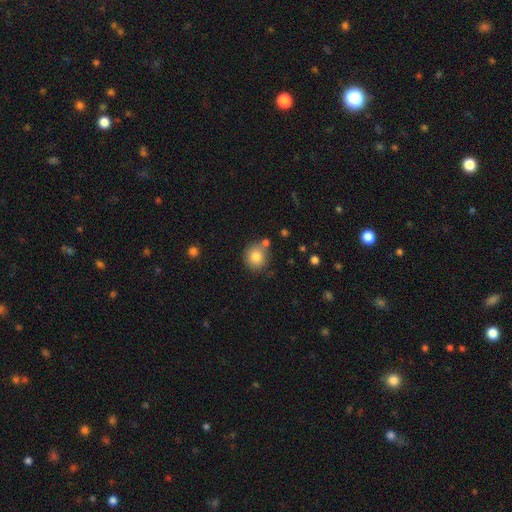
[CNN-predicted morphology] type=smooth (82%); roundness=round (85%); merging=none (67%).